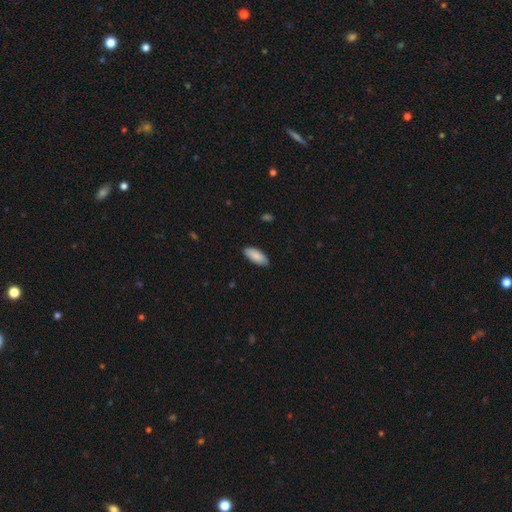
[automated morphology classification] A smooth galaxy with no disk features (87%) that is in between round and cigar-shaped (85%).

Vote fractions:
- Smooth or featured? smooth: 87% / featured or disk: 7% / star or artifact: 5%
- How rounded? in between: 85% / cigar-shaped: 13% / round: 2%
- Merging? none: 87% / minor disturbance: 10% / major disturbance: 2% / merger: 1%